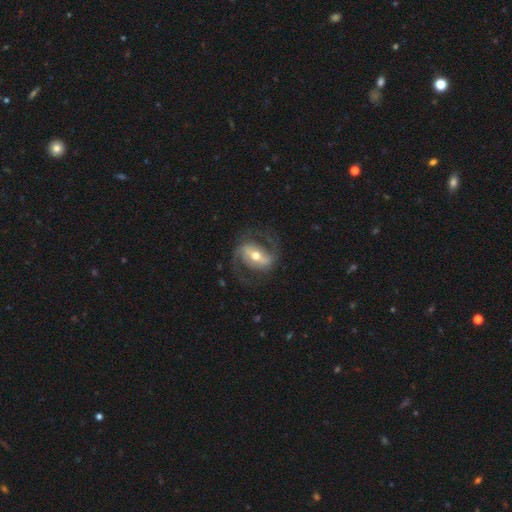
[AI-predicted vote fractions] Morphology: type=featured or disk (87%); edge-on=no (96%); bar=strong (58%); spiral arms=yes (93%); winding=medium (54%); arm count=2 (91%); bulge=moderate (68%); merging=none (75%).